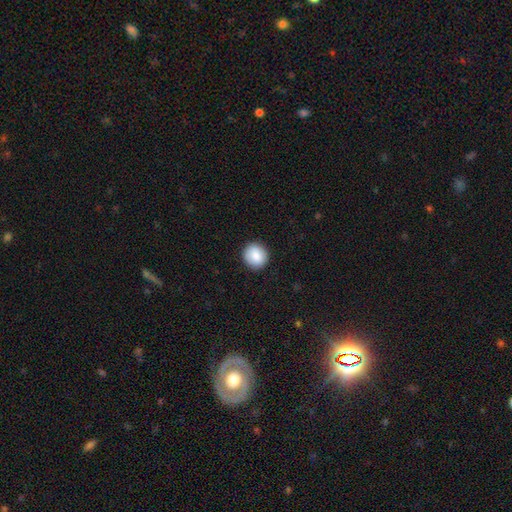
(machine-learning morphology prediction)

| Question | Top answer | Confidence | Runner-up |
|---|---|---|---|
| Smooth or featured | smooth | 87% | star or artifact (7%) |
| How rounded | round | 89% | in between (10%) |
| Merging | none | 91% | minor disturbance (6%) |